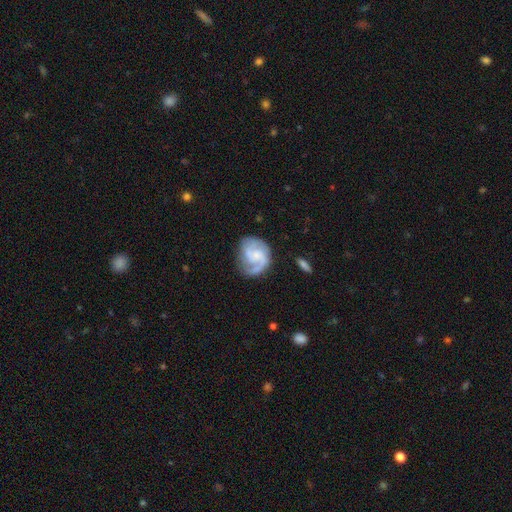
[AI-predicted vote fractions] Smooth or featured? Predicted: featured or disk (p=0.83). Edge-on disk? Predicted: no (p=0.98). Bar? Predicted: no (p=0.57). Spiral arms? Predicted: yes (p=0.97). Spiral winding? Predicted: medium (p=0.51). Spiral arm count? Predicted: 2 (p=0.67). Bulge size? Predicted: small (p=0.55). Merging? Predicted: none (p=0.69).